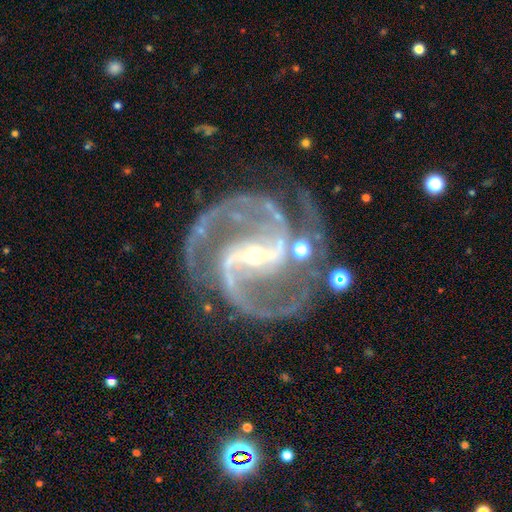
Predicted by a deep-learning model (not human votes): Smooth or featured? featured or disk (93%)
Edge-on disk? no (98%)
Bar? strong (60%)
Spiral arms? yes (99%)
Spiral winding? medium (67%)
Spiral arm count? 2 (86%)
Bulge size? small (72%)
Merging? none (72%)